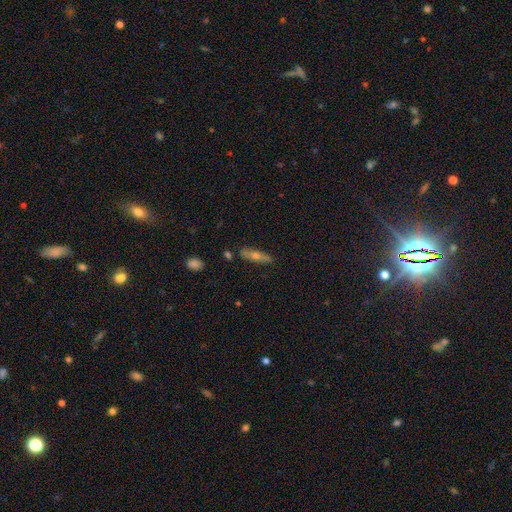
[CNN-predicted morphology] type=featured or disk (46%); merging=none (84%).